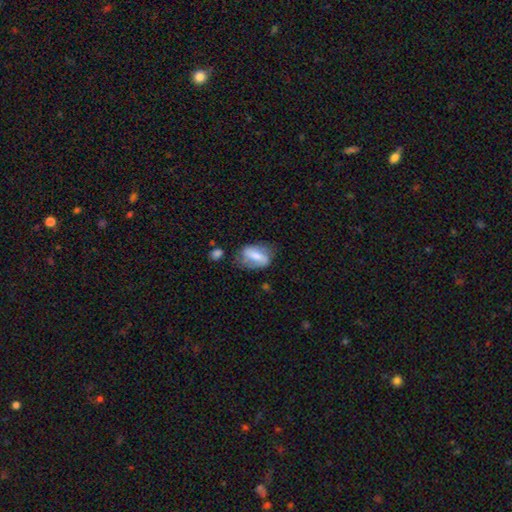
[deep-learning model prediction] featured or disk 50%, smooth 43%, star or artifact 7%. Down the decision tree: edge-on disk — no (92%); merging — none (58%).